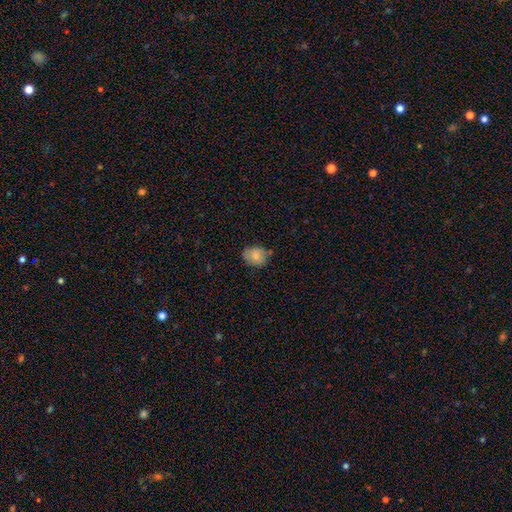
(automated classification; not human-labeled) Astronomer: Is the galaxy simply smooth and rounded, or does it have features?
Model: smooth — 75%.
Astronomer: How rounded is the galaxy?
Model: round — 50% (runner-up: in between, 49%).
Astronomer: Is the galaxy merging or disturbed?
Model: none — 69%.